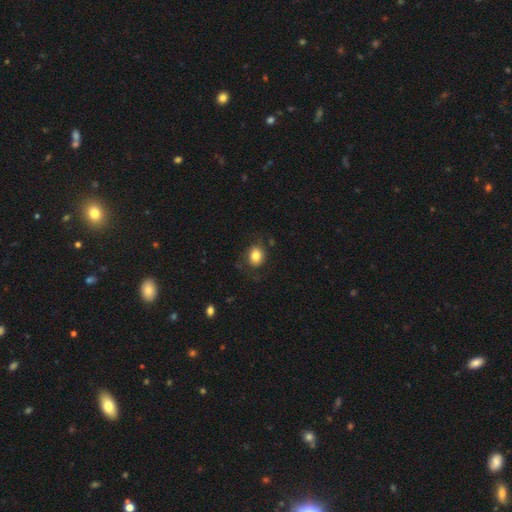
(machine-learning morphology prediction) Smooth or featured? Predicted: smooth (p=0.79). How rounded? Predicted: round (p=0.62). Merging? Predicted: none (p=0.72).